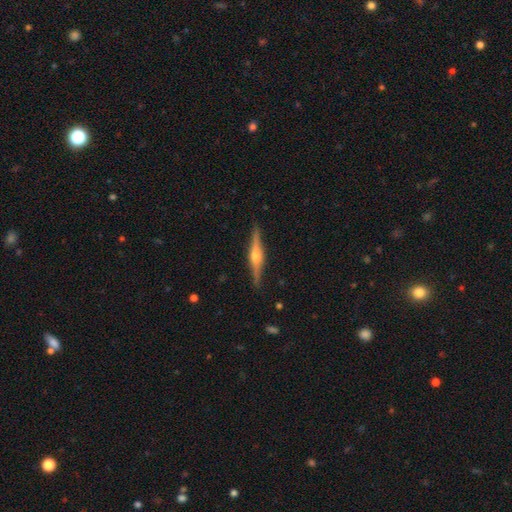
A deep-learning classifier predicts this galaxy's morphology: smooth_or_featured: featured or disk (p=0.78) [alt: smooth p=0.17]
disk_edge_on: yes (p=0.98) [alt: no p=0.02]
edge_on_bulge: rounded (p=0.89) [alt: boxy p=0.08]
merging: none (p=0.89) [alt: minor disturbance p=0.08]